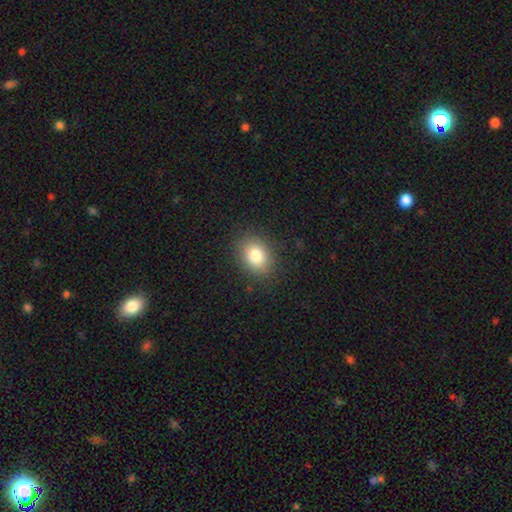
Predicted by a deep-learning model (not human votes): Smooth or featured? smooth (81%)
How rounded? in between (57%)
Merging? none (86%)